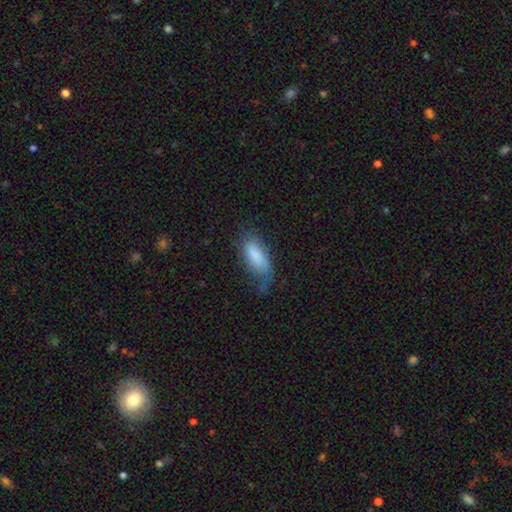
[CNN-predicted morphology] Overall: smooth (82%). How rounded: in between (82%). Merging: none (49%; minor disturbance 32%).